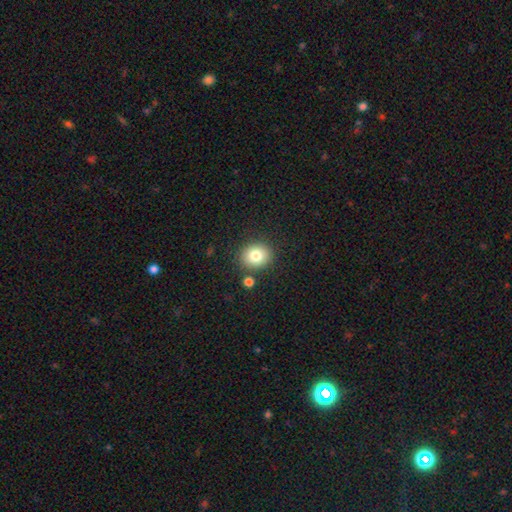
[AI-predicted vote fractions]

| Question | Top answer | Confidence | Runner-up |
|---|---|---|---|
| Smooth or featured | smooth | 81% | star or artifact (10%) |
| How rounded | round | 71% | in between (29%) |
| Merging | none | 84% | minor disturbance (8%) |